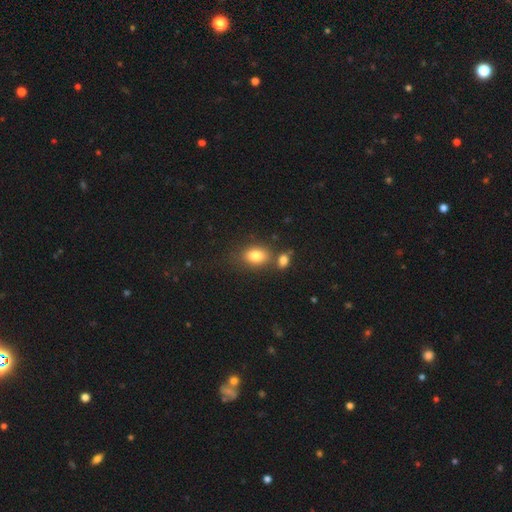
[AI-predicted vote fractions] The model was most divided on "merging": none: 61%, merger: 22%, minor disturbance: 13%, major disturbance: 4%. More confident: smooth or featured — smooth (82%); how rounded — in between (77%).